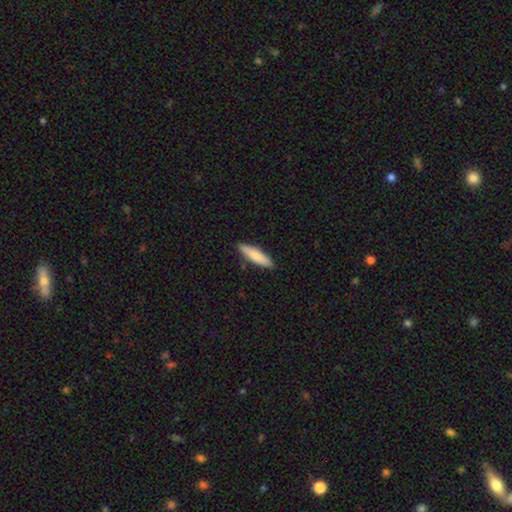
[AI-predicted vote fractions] This is likely a smooth galaxy (79%). How rounded: likely cigar-shaped (71%). Merging: clearly none (88%).